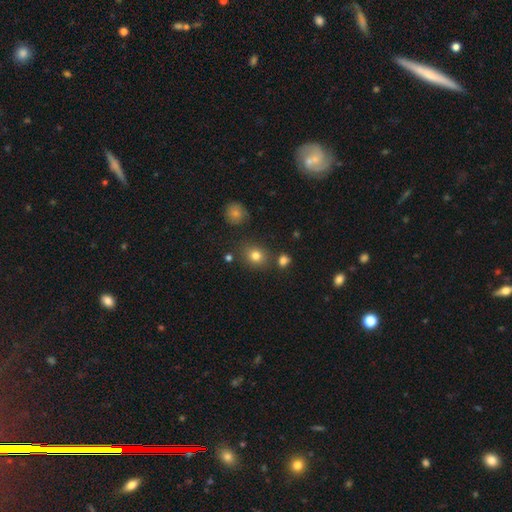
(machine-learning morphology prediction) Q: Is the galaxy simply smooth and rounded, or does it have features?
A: smooth — 79%.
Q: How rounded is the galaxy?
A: round — 72%.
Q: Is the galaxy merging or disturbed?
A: none — 78%.